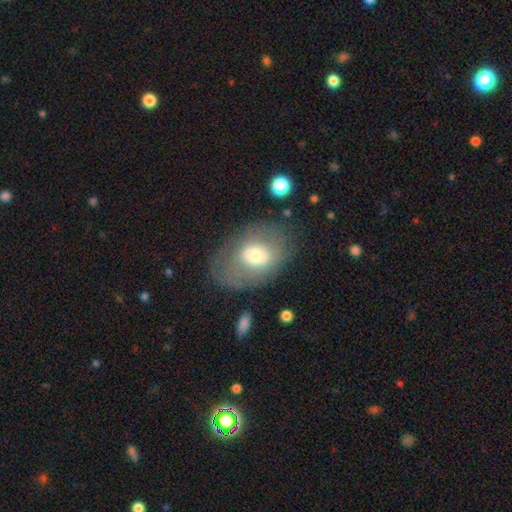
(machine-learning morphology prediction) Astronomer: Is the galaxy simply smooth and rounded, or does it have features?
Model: smooth — 55% (runner-up: featured or disk, 36%).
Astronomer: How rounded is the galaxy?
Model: in between — 75%.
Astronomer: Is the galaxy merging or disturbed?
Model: none — 62%.